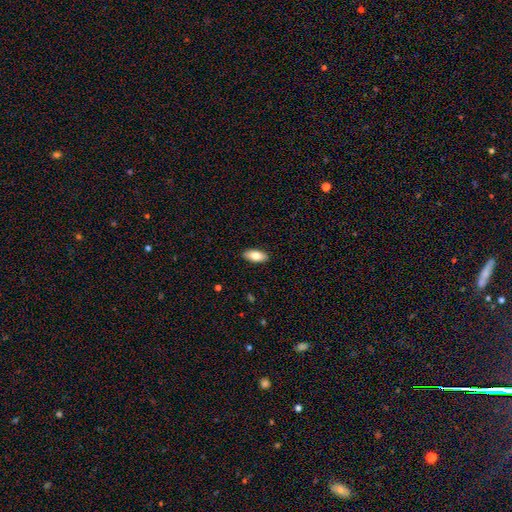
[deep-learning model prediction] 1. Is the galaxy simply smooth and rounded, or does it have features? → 81% smooth, 13% featured or disk, 6% star or artifact.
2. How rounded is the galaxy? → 89% in between, 9% cigar-shaped, 2% round.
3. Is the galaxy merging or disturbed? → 90% none, 7% minor disturbance, 2% major disturbance, 1% merger.